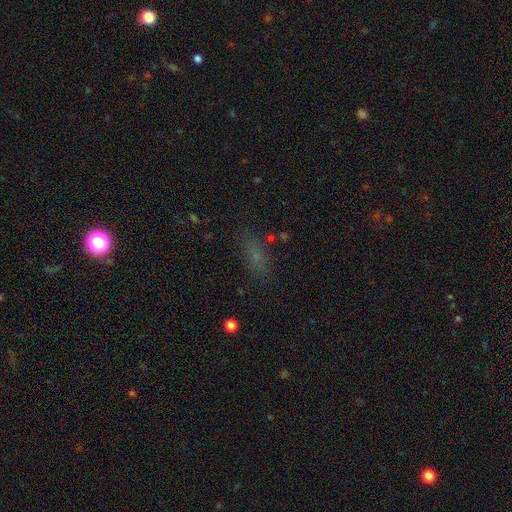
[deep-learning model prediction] Smooth or featured? smooth (62%)
How rounded? in between (67%)
Merging? none (75%)